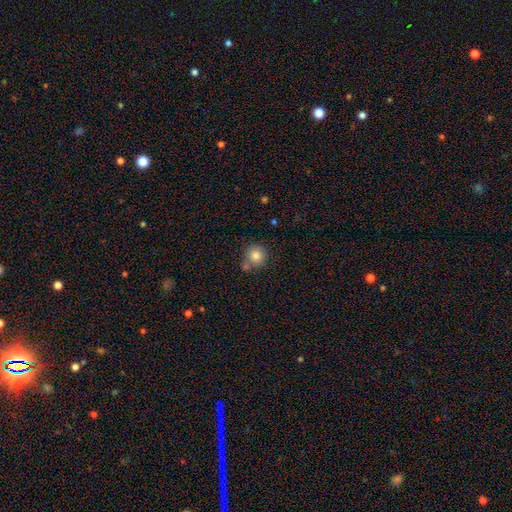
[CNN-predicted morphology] smooth_or_featured: smooth (p=0.80) [alt: star or artifact p=0.11]
how_rounded: round (p=0.91) [alt: in between p=0.08]
merging: none (p=0.66) [alt: merger p=0.19]